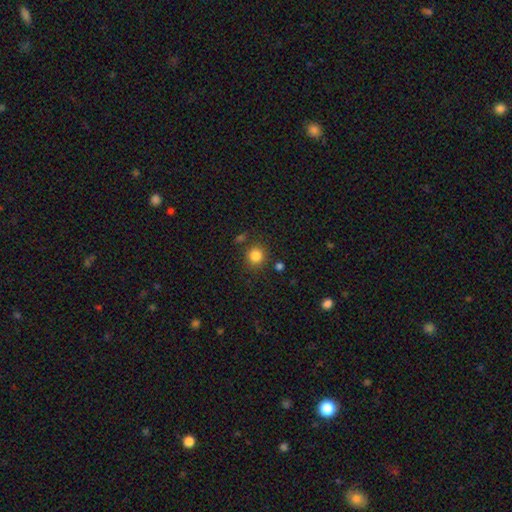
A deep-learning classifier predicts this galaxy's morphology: Overall: smooth (84%). How rounded: round (89%). Merging: none (83%).